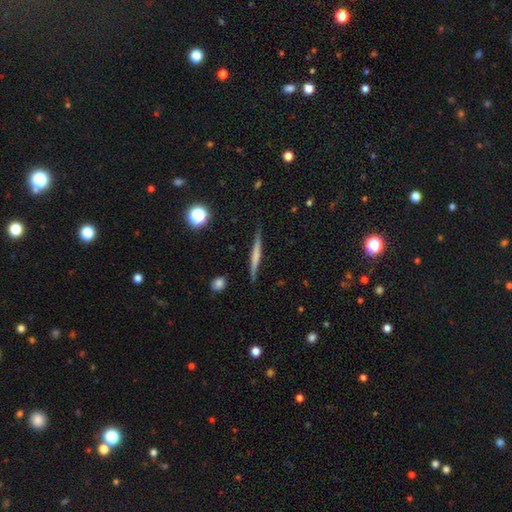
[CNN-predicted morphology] A featured or disk galaxy (52%) viewed edge-on (97%) with no central bulge (60%). Merging: none (87%).